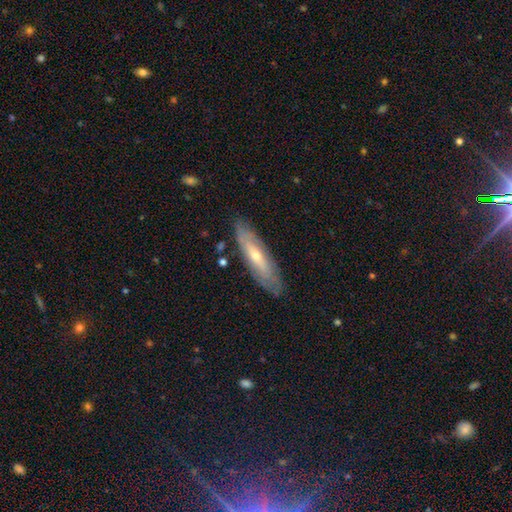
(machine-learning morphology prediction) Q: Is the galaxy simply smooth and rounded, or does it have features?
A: featured or disk — 55%.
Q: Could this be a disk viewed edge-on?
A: no — 54%.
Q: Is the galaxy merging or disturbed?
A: none — 83%.